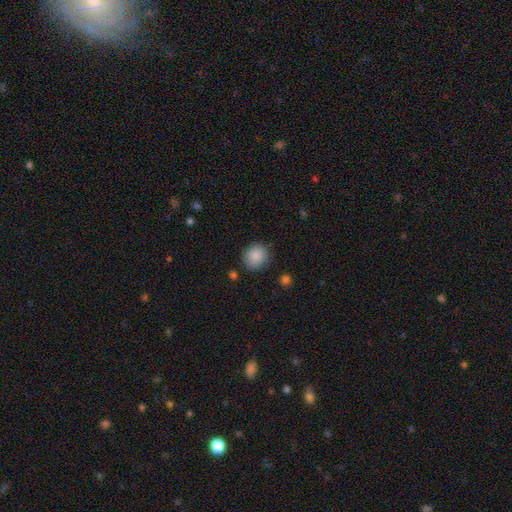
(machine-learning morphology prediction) smooth 88%, star or artifact 8%, featured or disk 4%. Down the decision tree: how rounded — round (84%); merging — none (83%).